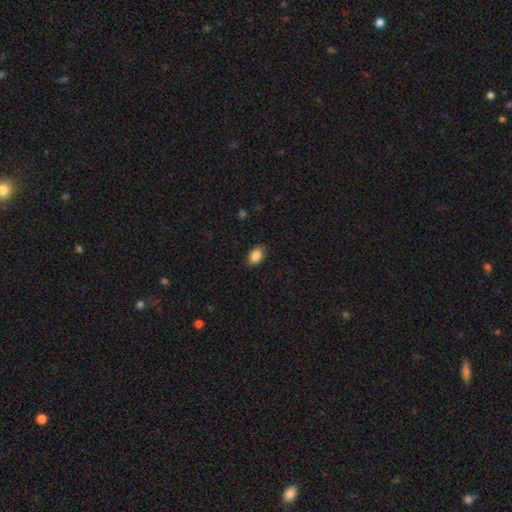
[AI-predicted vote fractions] Overall: smooth (88%). How rounded: in between (85%). Merging: none (85%).